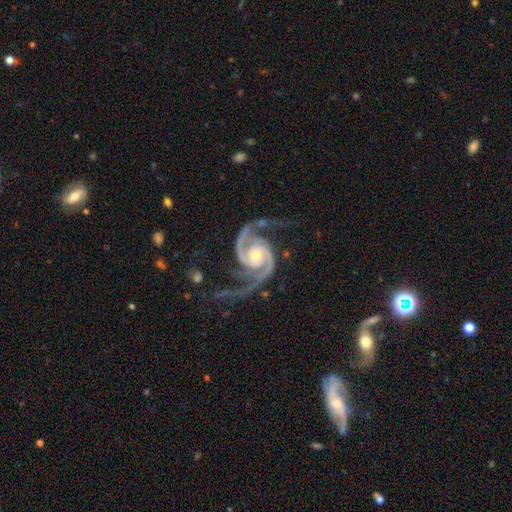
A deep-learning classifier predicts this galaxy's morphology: Overall: featured or disk (94%). Edge-on disk: no (98%). Bar: no (60%; weak 28%). Spiral arms: yes (99%). Spiral arm count: 2 (90%). Spiral winding: medium (58%; tight 24%). Bulge size: moderate (50%; small 46%). Merging: none (66%).